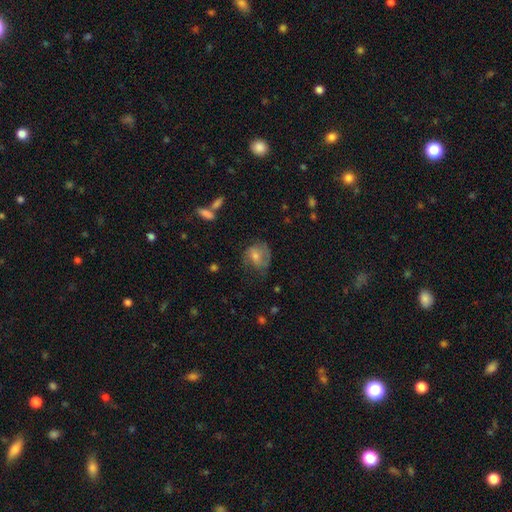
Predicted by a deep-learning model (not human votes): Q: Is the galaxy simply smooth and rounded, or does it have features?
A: featured or disk — 45%.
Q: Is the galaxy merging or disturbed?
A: none — 56%.